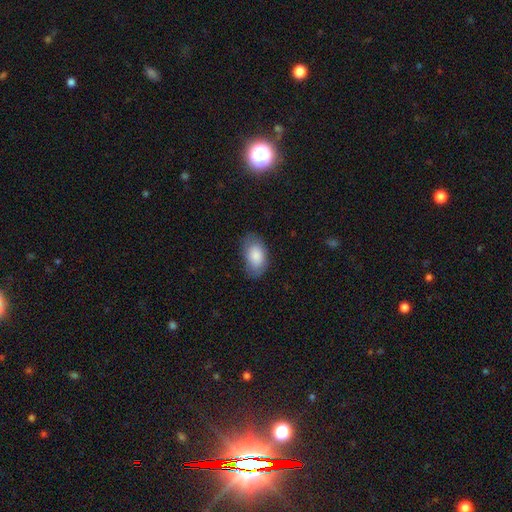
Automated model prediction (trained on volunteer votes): smooth 85%, featured or disk 9%, star or artifact 6%. Down the decision tree: how rounded — in between (93%); merging — none (76%).